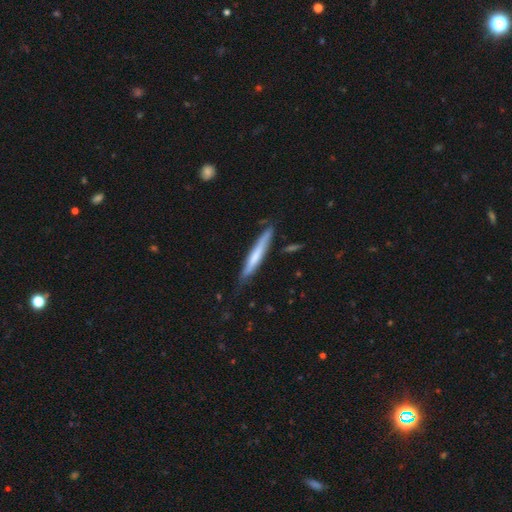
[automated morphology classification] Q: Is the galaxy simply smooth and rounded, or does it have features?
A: smooth — 57%.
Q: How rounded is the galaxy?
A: cigar-shaped — 94%.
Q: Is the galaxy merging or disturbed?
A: none — 77%.